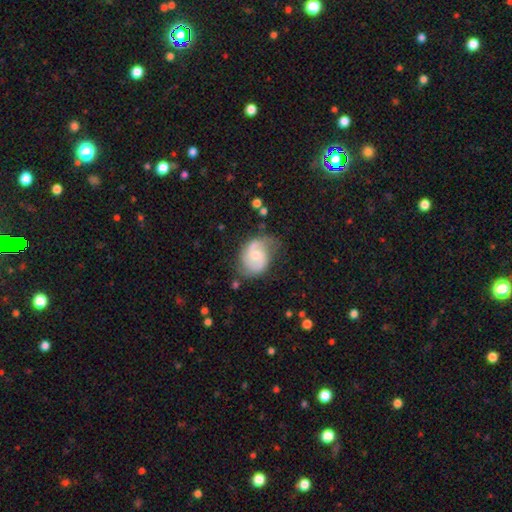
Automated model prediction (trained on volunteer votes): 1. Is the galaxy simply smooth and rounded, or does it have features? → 65% featured or disk, 29% smooth, 7% star or artifact.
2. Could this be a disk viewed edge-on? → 97% no, 3% yes.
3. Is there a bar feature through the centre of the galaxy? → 58% no, 35% weak, 7% strong.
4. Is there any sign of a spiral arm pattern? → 85% yes, 15% no.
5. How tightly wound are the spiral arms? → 46% medium, 28% loose, 26% tight.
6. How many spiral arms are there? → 78% 2, 12% can't tell, 7% 1, 2% 3, 1% 4, 1% more than 4.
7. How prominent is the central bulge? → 58% moderate, 36% small, 3% large, 2% none, 1% dominant.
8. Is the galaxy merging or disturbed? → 54% none, 30% minor disturbance, 14% major disturbance, 2% merger.